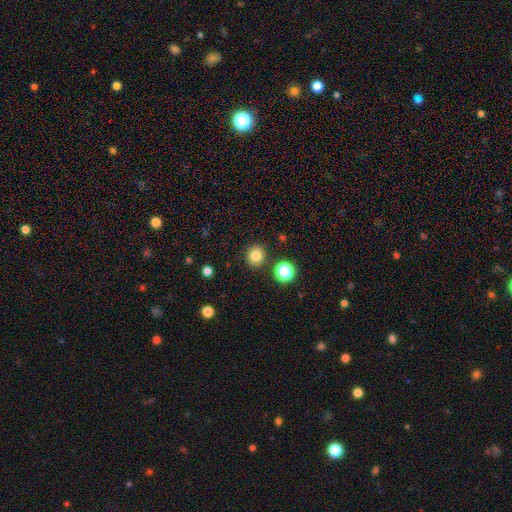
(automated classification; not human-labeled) A smooth galaxy with no disk features (81%) that is round (89%). Merging: none (89%).